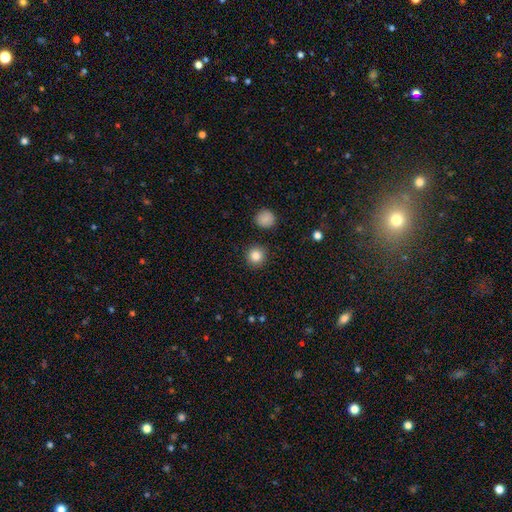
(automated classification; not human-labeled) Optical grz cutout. It shows a smooth galaxy with no disk features (85%) that is round (94%). Merging: none (91%).